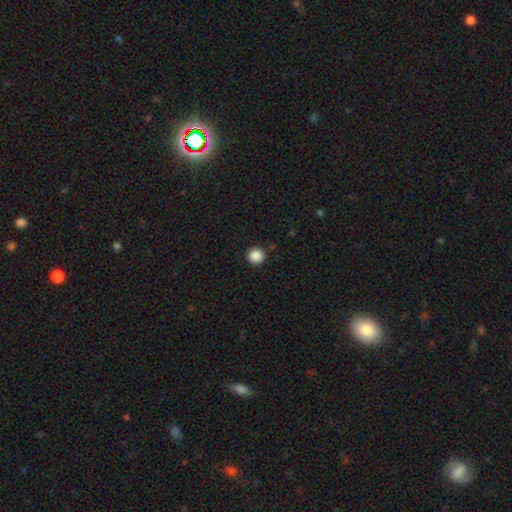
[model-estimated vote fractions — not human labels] Overall: smooth (88%). How rounded: round (95%). Merging: none (91%).